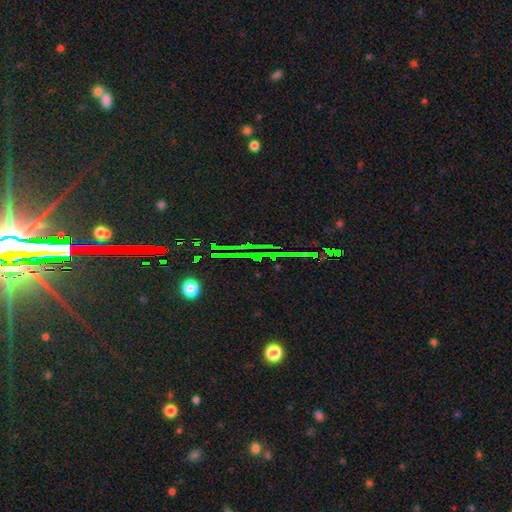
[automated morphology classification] This is likely a star or artifact rather than a galaxy (76%).